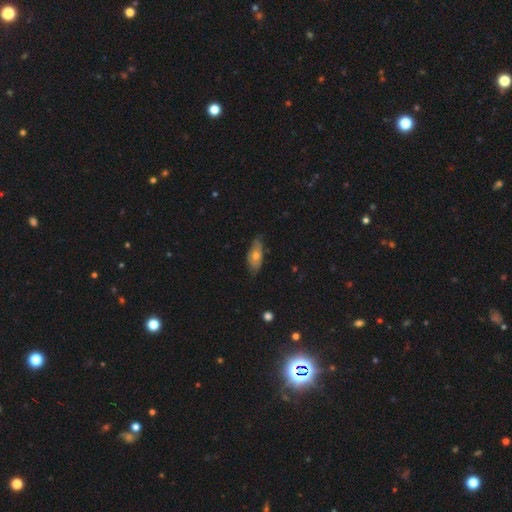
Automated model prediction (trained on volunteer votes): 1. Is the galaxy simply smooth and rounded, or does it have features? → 52% smooth, 40% featured or disk, 8% star or artifact.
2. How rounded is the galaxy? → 78% in between, 19% cigar-shaped, 4% round.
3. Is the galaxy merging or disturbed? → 73% none, 22% minor disturbance, 4% major disturbance, 1% merger.